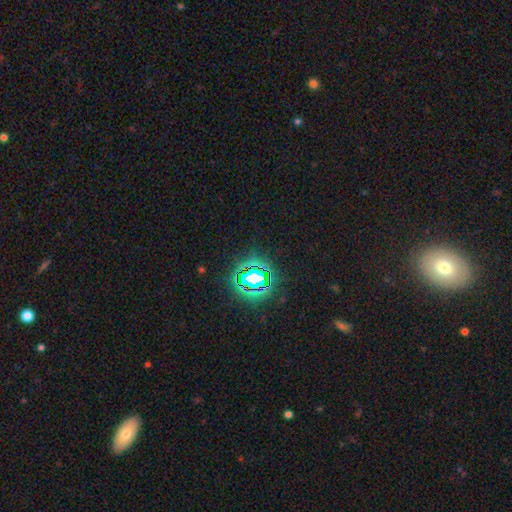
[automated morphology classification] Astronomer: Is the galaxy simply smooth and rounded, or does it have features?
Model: star or artifact — 81%.